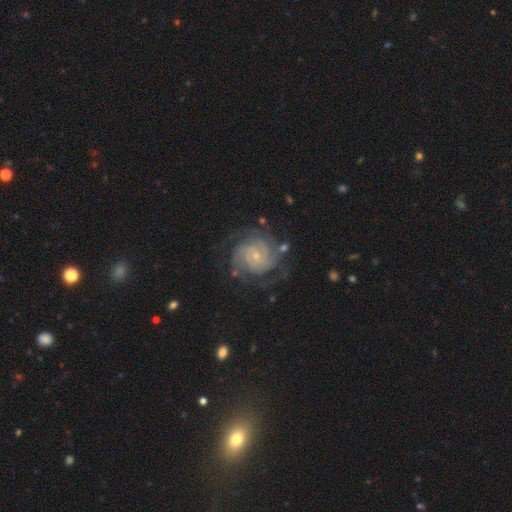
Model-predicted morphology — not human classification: This is clearly a featured or disk galaxy (86%). It is clearly not viewed edge-on (98%). Bar: likely no (66%). Spiral arm pattern: clearly yes (97%). Spiral arm count: marginally can't tell (27%). Spiral winding: likely tight (68%). Central bulge: likely small (78%). Merging: likely none (69%).